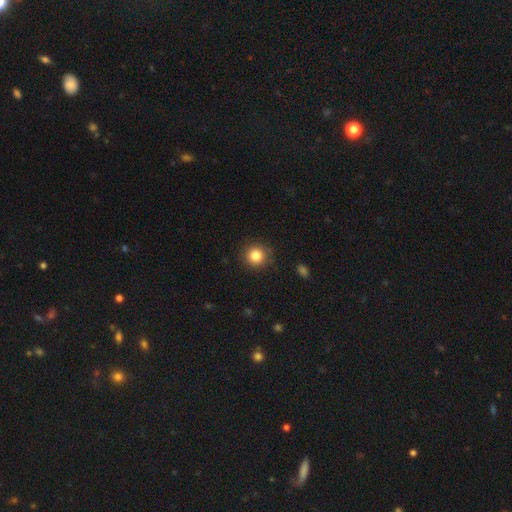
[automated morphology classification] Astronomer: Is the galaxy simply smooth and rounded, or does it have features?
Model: smooth — 84%.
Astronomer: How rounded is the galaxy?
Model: round — 94%.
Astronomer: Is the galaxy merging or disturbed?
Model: none — 88%.